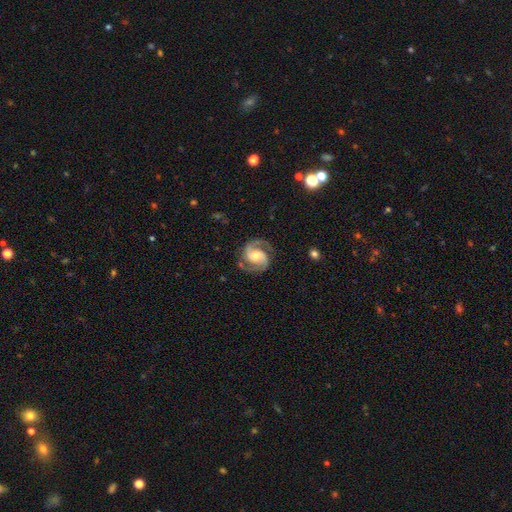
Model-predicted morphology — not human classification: Overall: featured or disk (92%). Edge-on disk: no (98%). Bar: no (52%; weak 35%). Spiral arms: yes (98%). Spiral arm count: 2 (93%). Spiral winding: medium (57%; tight 33%). Bulge size: moderate (58%; small 34%). Merging: none (81%).